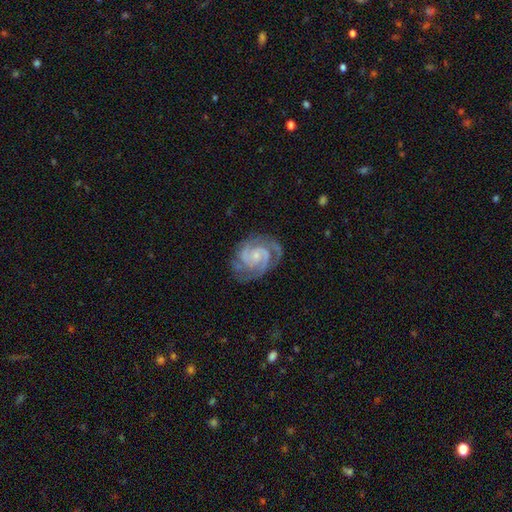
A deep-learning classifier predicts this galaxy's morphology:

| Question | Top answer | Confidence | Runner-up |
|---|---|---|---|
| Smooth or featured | featured or disk | 92% | star or artifact (4%) |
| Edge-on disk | no | 98% | yes (2%) |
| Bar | no | 60% | weak (32%) |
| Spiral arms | yes | 99% | no (1%) |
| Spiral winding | tight | 61% | medium (35%) |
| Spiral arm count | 2 | 73% | 3 (15%) |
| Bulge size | small | 72% | moderate (19%) |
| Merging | none | 76% | minor disturbance (17%) |